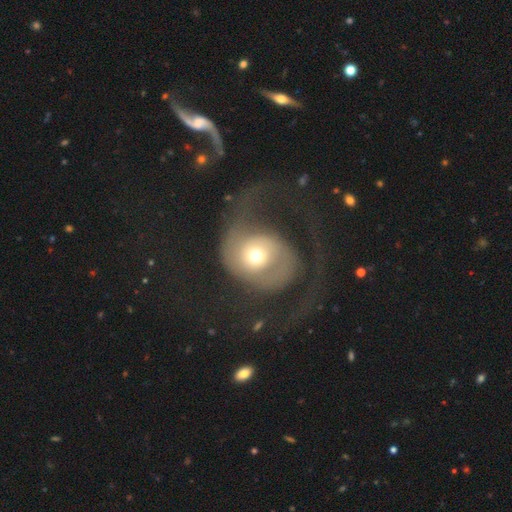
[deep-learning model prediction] Smooth or featured?
  - featured or disk: 67% *
  - smooth: 26%
  - star or artifact: 7%
Edge-on disk?
  - no: 97% *
  - yes: 3%
Bar?
  - no: 80% *
  - weak: 16%
  - strong: 5%
Spiral arms?
  - yes: 77% *
  - no: 23%
Spiral winding?
  - loose: 45% *
  - medium: 33%
  - tight: 22%
Spiral arm count?
  - 2: 46% *
  - 1: 39%
  - can't tell: 10%
  - 3: 2%
  - 4: 2%
  - more than 4: 2%
Bulge size?
  - moderate: 58% *
  - small: 30%
  - large: 9%
  - dominant: 2%
  - none: 1%
Merging?
  - major disturbance: 59% *
  - none: 26%
  - minor disturbance: 11%
  - merger: 3%